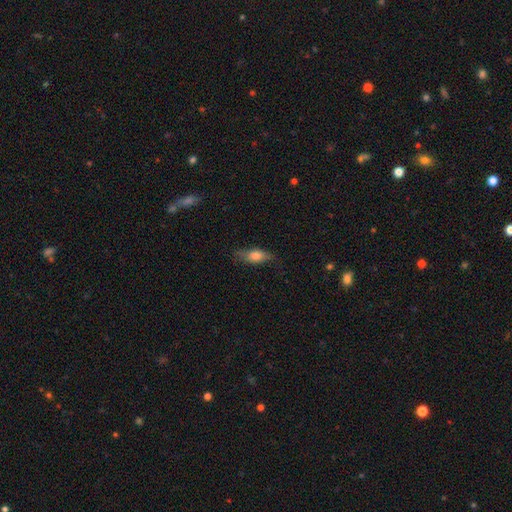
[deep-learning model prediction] This is likely a smooth galaxy (67%). How rounded: likely in between (71%). Merging: likely none (69%).